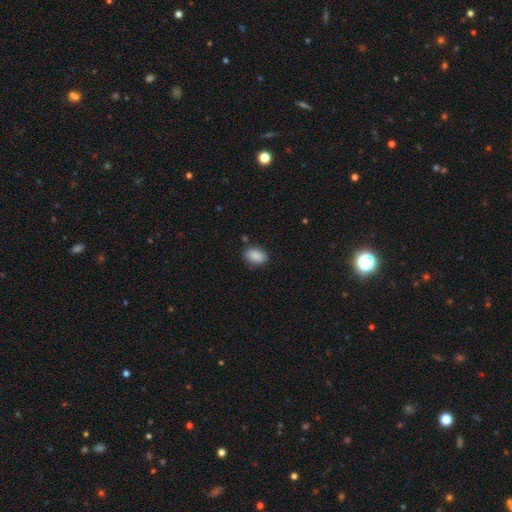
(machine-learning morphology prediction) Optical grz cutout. It shows a smooth galaxy with no disk features (89%) that is in between round and cigar-shaped (86%). Merging: none (82%).